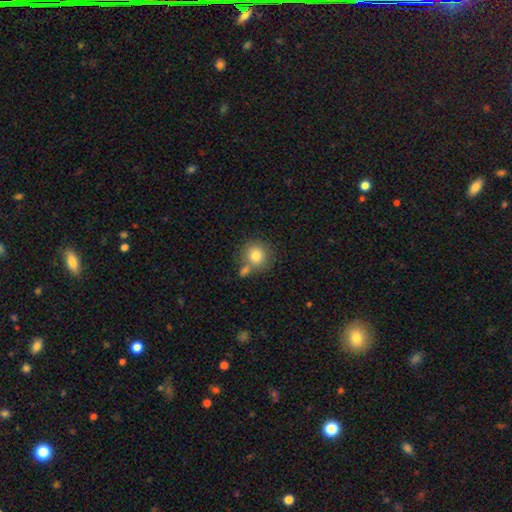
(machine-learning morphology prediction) Smooth or featured? smooth (81%)
How rounded? round (86%)
Merging? none (60%)